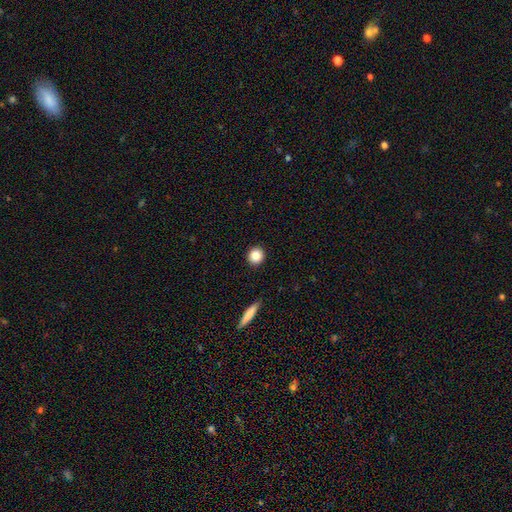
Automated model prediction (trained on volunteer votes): Smooth or featured: smooth — 85% (star or artifact — 9%)
How rounded: round — 90% (in between — 9%)
Merging: none — 92% (minor disturbance — 5%)